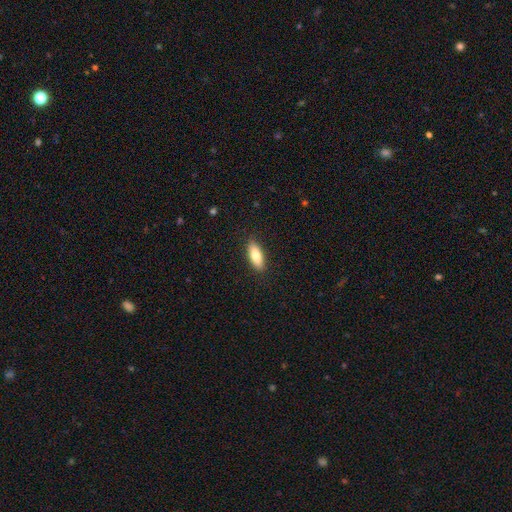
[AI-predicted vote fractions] Smooth or featured? smooth (78%)
How rounded? in between (72%)
Merging? none (89%)